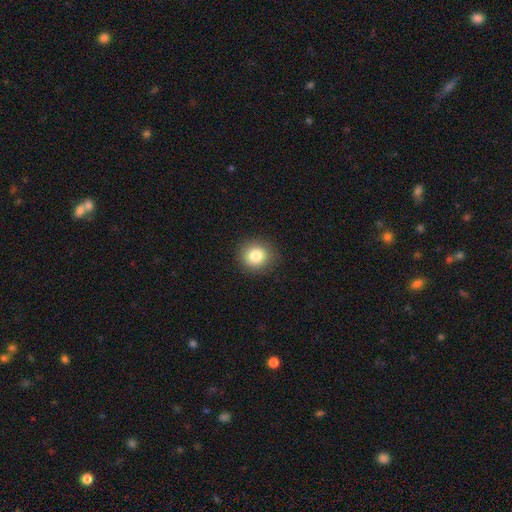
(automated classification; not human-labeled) Smooth or featured? smooth (82%)
How rounded? round (87%)
Merging? none (90%)